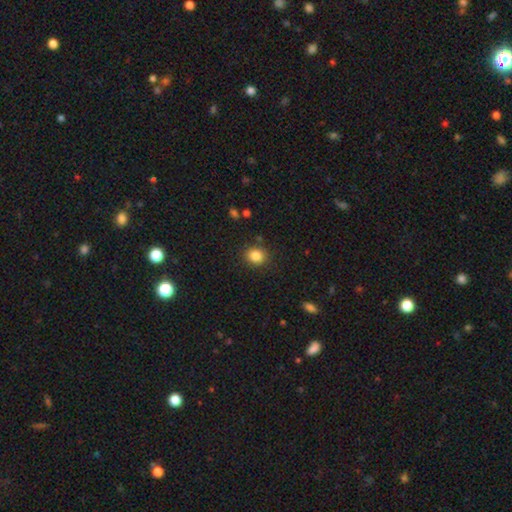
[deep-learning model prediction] smooth_or_featured: smooth (p=0.84) [alt: star or artifact p=0.11]
how_rounded: round (p=0.76) [alt: in between p=0.23]
merging: none (p=0.88) [alt: minor disturbance p=0.08]